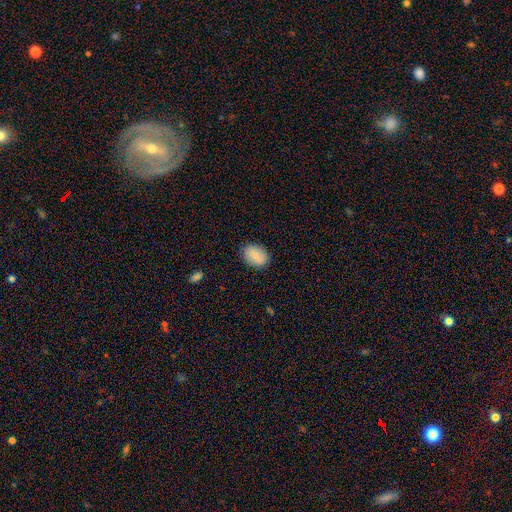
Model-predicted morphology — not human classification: Smooth or featured?
  - smooth: 84% *
  - featured or disk: 9%
  - star or artifact: 7%
How rounded?
  - in between: 75% *
  - round: 24%
  - cigar-shaped: 1%
Merging?
  - none: 86% *
  - minor disturbance: 10%
  - major disturbance: 2%
  - merger: 1%